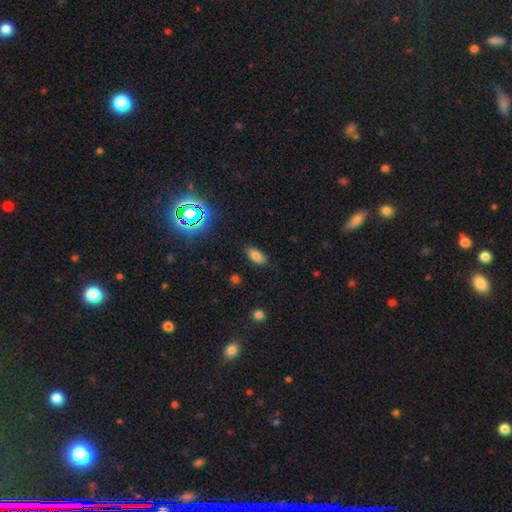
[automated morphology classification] The model was most divided on "smooth or featured": smooth: 76%, star or artifact: 14%, featured or disk: 10%. More confident: how rounded — in between (87%); merging — none (85%).